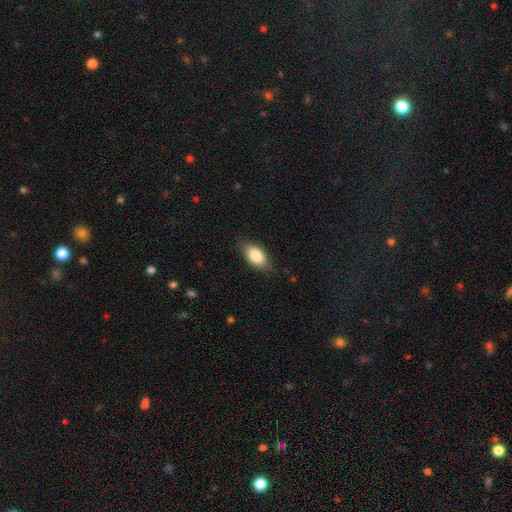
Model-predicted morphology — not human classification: The model was most divided on "merging": none: 81%, minor disturbance: 15%, major disturbance: 3%, merger: 1%. More confident: how rounded — in between (91%); smooth or featured — smooth (83%).